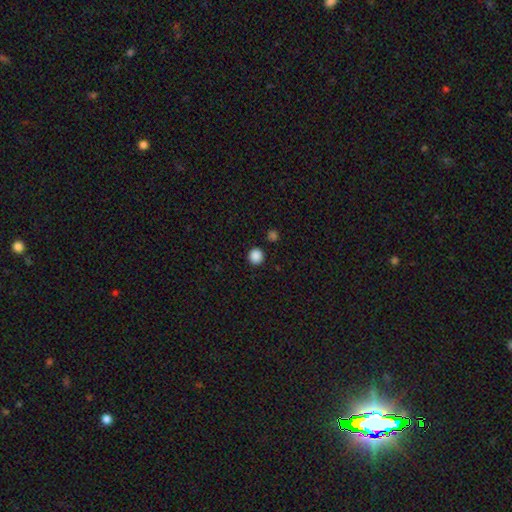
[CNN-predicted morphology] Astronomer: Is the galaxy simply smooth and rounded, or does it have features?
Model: smooth — 88%.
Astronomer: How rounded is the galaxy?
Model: round — 94%.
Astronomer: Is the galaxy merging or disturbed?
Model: none — 91%.